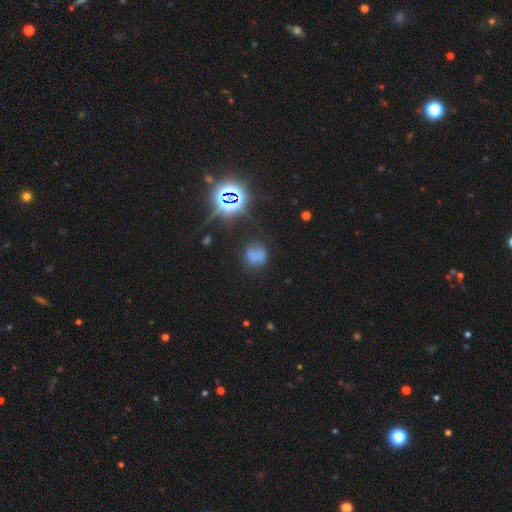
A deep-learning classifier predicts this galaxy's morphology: Overall: smooth (60%; star or artifact 29%). How rounded: round (73%). Merging: none (70%).